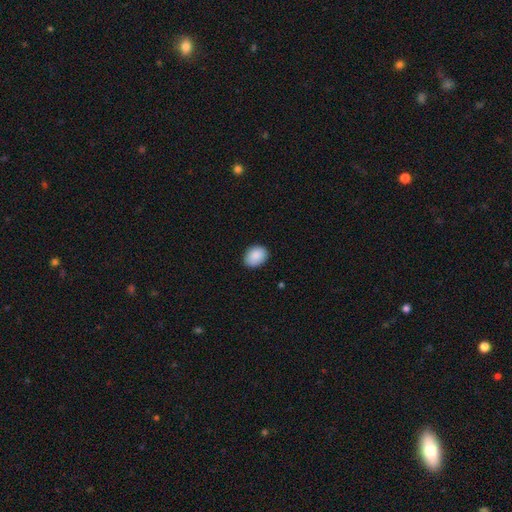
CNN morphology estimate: Smooth or featured? Predicted: smooth (p=0.89). How rounded? Predicted: in between (p=0.63). Merging? Predicted: none (p=0.84).